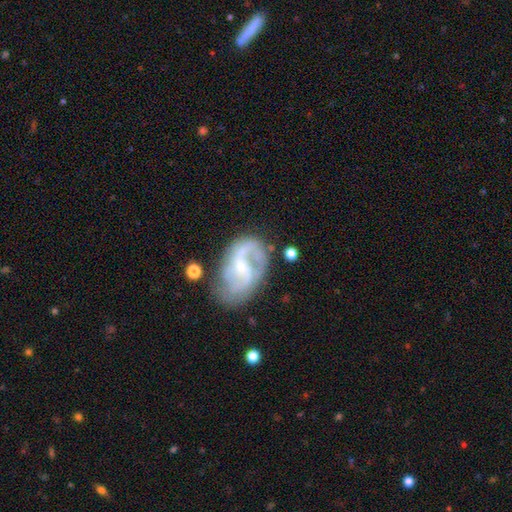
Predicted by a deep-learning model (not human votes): smooth-or-featured: featured or disk: 82% | smooth: 12% | star or artifact: 6%
  disk-edge-on: no: 97% | yes: 3%
    bar: weak: 49% | no: 36% | strong: 15%
    has-spiral-arms: yes: 92% | no: 8%
      spiral-winding: medium: 49% | loose: 33% | tight: 18%
      spiral-arm-count: 2: 74% | can't tell: 10% | 1: 7% | 3: 6% | 4: 2% | more than 4: 2%
    bulge-size: small: 60% | moderate: 29% | none: 7% | large: 3% | dominant: 1%
  merging: none: 60% | minor disturbance: 21% | major disturbance: 15% | merger: 5%